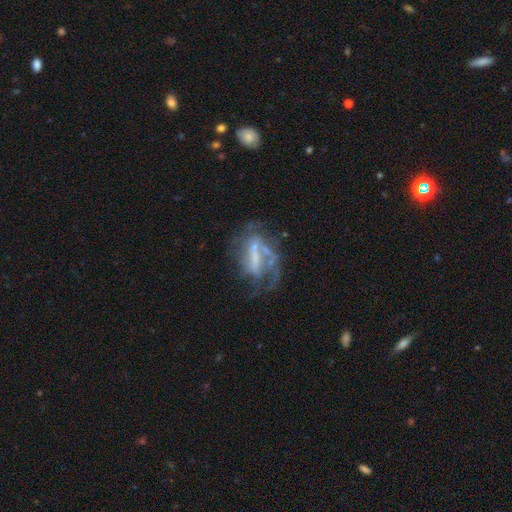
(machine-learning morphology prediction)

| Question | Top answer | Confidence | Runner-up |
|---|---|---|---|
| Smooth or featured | featured or disk | 75% | smooth (16%) |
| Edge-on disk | no | 94% | yes (6%) |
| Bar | strong | 44% | weak (32%) |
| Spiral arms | yes | 70% | no (30%) |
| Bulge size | none | 44% | small (27%) |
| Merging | none | 38% | major disturbance (37%) |